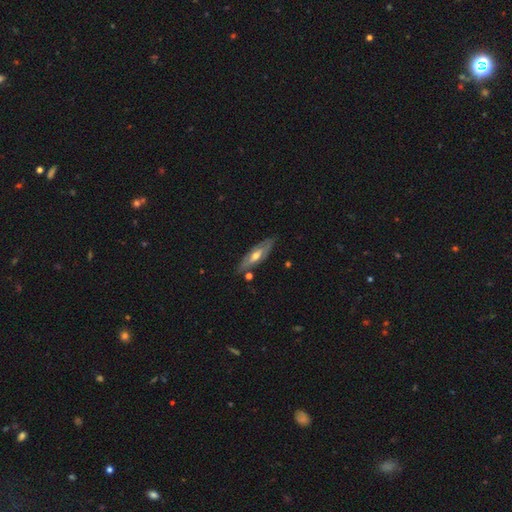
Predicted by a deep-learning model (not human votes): Smooth or featured: featured or disk — 64% (smooth — 30%)
Edge-on disk: no — 51% (yes — 49%)
Merging: none — 78% (minor disturbance — 15%)